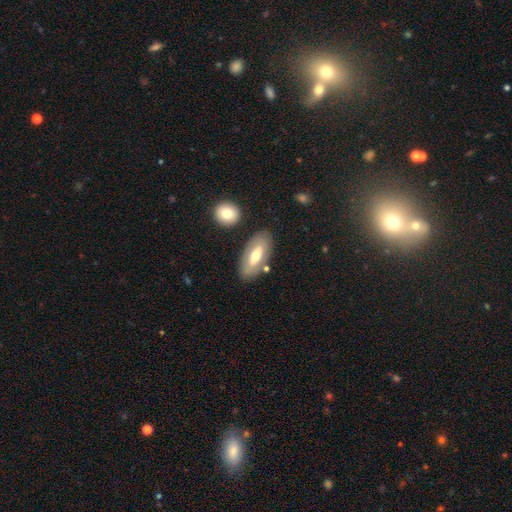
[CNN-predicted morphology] Smooth or featured?
  - smooth: 53% *
  - featured or disk: 41%
  - star or artifact: 6%
How rounded?
  - in between: 85% *
  - cigar-shaped: 12%
  - round: 3%
Merging?
  - none: 79% *
  - minor disturbance: 13%
  - merger: 5%
  - major disturbance: 4%